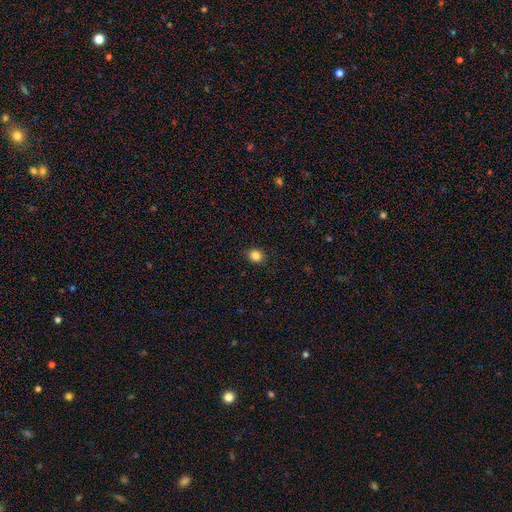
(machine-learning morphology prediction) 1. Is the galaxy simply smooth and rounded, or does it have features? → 85% smooth, 11% star or artifact, 4% featured or disk.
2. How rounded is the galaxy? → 77% round, 22% in between, 1% cigar-shaped.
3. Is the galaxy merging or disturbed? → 87% none, 9% minor disturbance, 2% major disturbance, 1% merger.